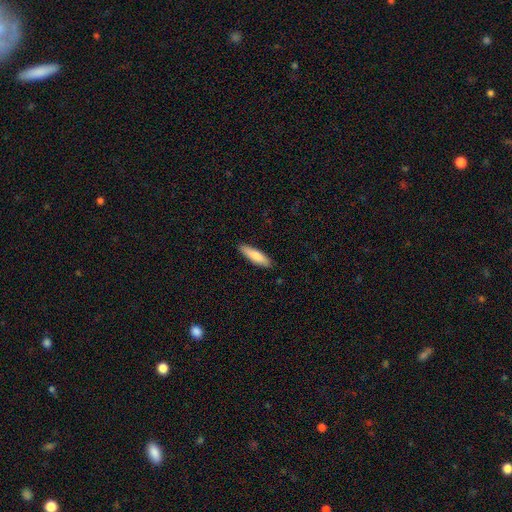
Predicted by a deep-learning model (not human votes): The model was most divided on "how rounded": cigar-shaped: 65%, in between: 33%, round: 1%. More confident: merging — none (88%); smooth or featured — smooth (82%).